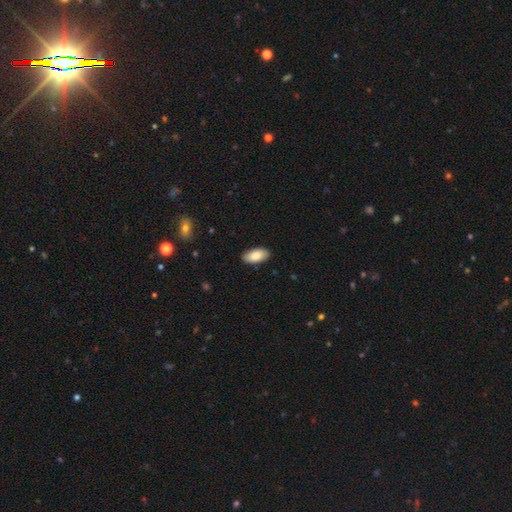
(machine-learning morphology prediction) The model was most divided on "smooth or featured": smooth: 85%, featured or disk: 9%, star or artifact: 6%. More confident: how rounded — in between (94%); merging — none (89%).